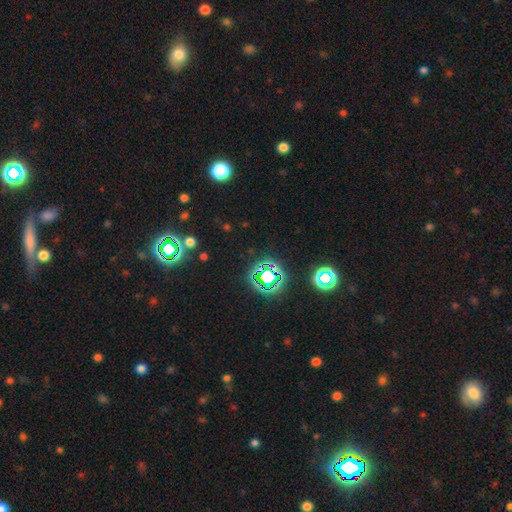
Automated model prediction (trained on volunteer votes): Smooth or featured? Predicted: star or artifact (p=0.75).